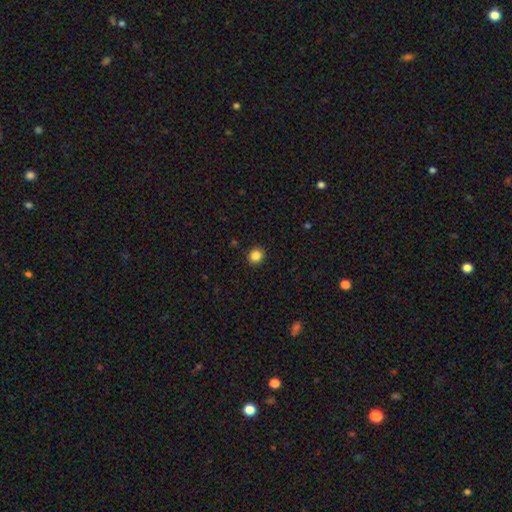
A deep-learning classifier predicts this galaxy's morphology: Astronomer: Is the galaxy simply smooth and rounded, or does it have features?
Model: smooth — 85%.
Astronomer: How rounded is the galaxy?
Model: round — 88%.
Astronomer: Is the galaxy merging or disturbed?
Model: none — 91%.